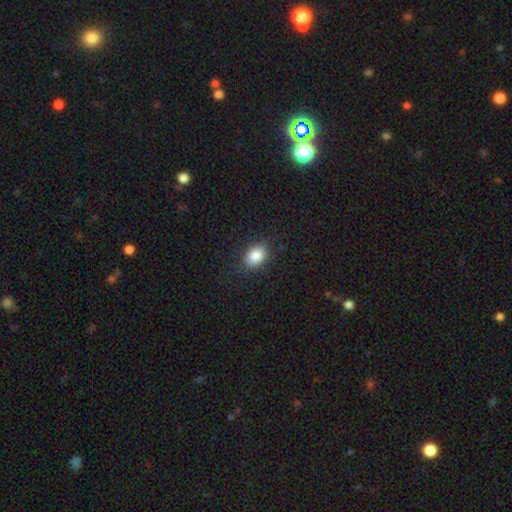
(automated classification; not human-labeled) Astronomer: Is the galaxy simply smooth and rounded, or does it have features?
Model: smooth — 84%.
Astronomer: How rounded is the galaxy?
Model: in between — 68%.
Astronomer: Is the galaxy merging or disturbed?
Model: none — 82%.